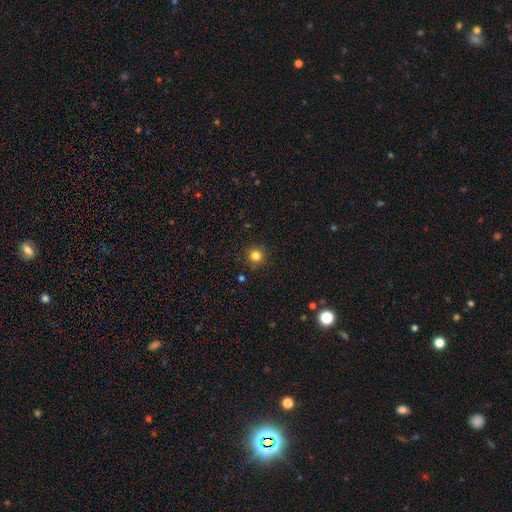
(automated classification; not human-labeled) Q: Smooth or featured?
A: smooth (83%); runner-up: star or artifact (12%)
Q: How rounded?
A: round (94%); runner-up: in between (5%)
Q: Merging?
A: none (90%); runner-up: minor disturbance (7%)